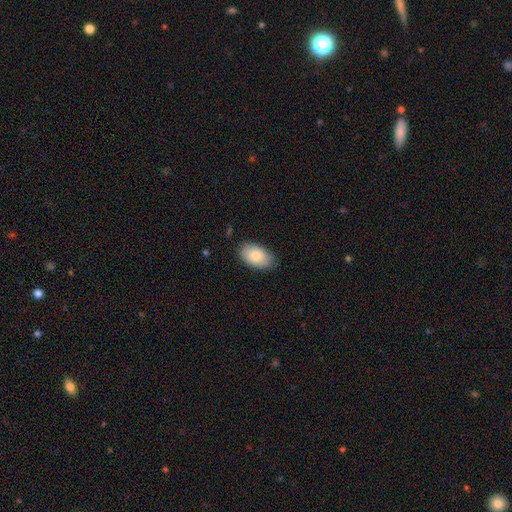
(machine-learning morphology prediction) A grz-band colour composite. It shows a smooth galaxy with no disk features (83%) that is in between round and cigar-shaped (93%). Merging: none (83%).